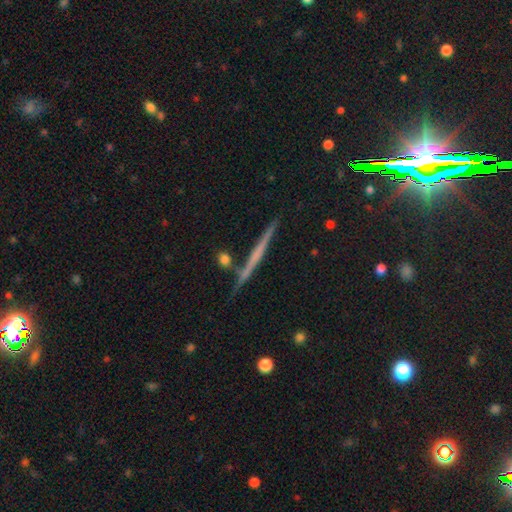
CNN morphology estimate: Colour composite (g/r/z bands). It shows a featured or disk galaxy (60%) viewed edge-on (98%) with no central bulge (78%). Merging: none (88%).